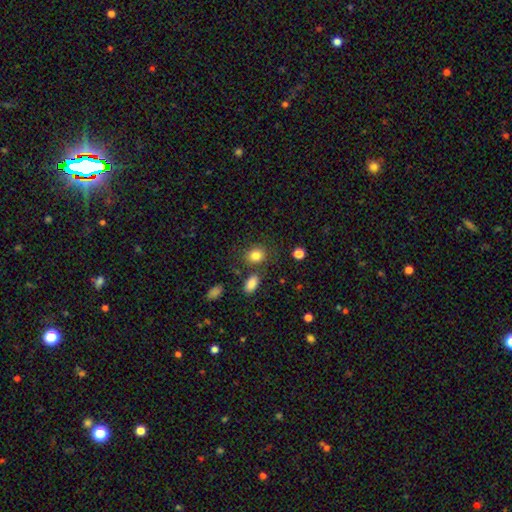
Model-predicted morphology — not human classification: Q: Smooth or featured?
A: smooth (83%); runner-up: star or artifact (10%)
Q: How rounded?
A: round (60%); runner-up: in between (39%)
Q: Merging?
A: none (74%); runner-up: minor disturbance (12%)